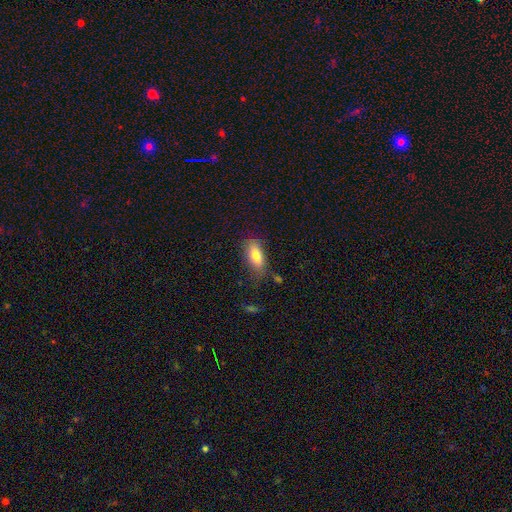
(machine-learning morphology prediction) type=smooth (80%); roundness=in between (84%); merging=none (71%).